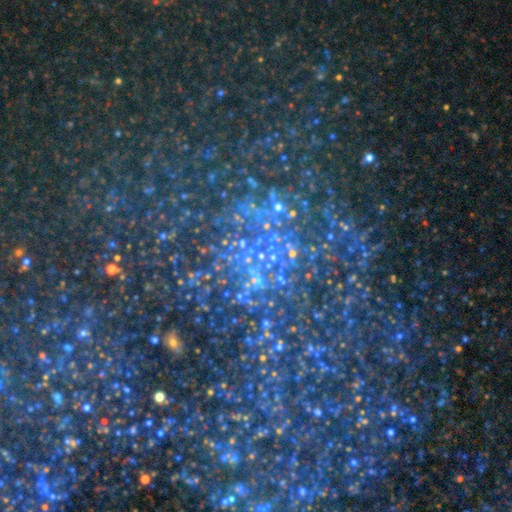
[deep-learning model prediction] Morphology: type=star or artifact (80%).